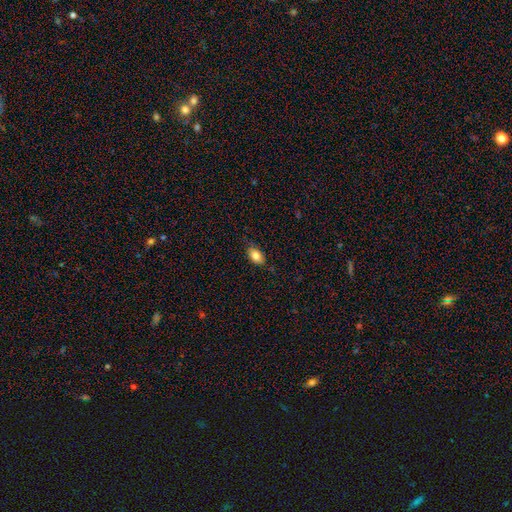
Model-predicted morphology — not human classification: Q: Smooth or featured?
A: smooth (82%); runner-up: featured or disk (10%)
Q: How rounded?
A: in between (89%); runner-up: round (8%)
Q: Merging?
A: none (74%); runner-up: minor disturbance (21%)